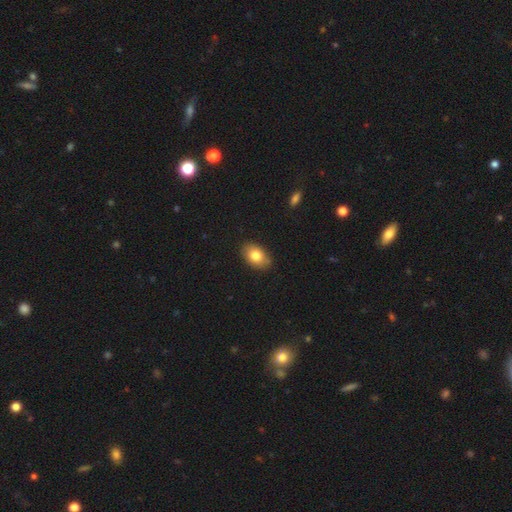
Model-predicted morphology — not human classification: The model was most divided on "smooth or featured": smooth: 80%, featured or disk: 12%, star or artifact: 8%. More confident: merging — none (85%); how rounded — in between (84%).